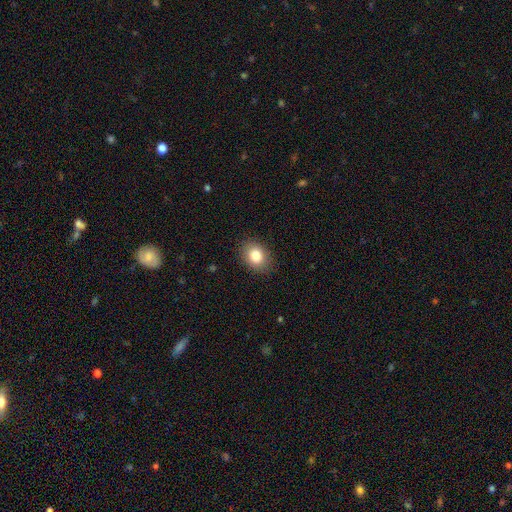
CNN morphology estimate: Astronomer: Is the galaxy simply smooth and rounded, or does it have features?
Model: smooth — 82%.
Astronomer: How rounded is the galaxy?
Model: in between — 62%.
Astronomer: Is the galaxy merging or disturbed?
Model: none — 87%.